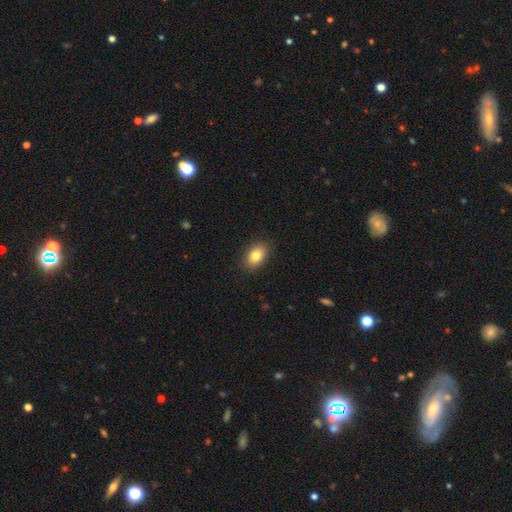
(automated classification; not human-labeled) This appears to be a smooth galaxy with no disk features (82%) that is in between round and cigar-shaped (84%). Merging: none (88%).